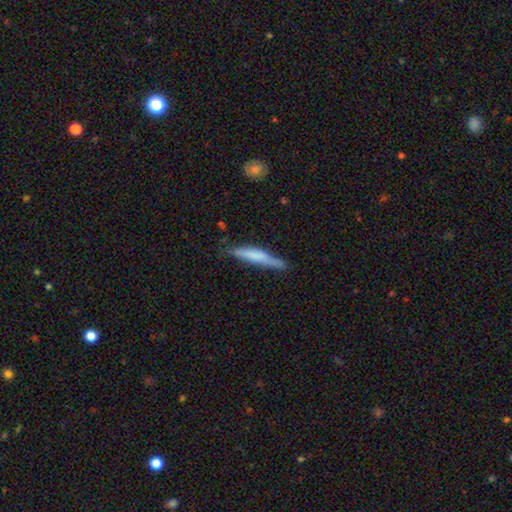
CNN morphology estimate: Smooth or featured: smooth — 58% (featured or disk — 36%)
How rounded: cigar-shaped — 91% (in between — 7%)
Merging: none — 70% (minor disturbance — 23%)